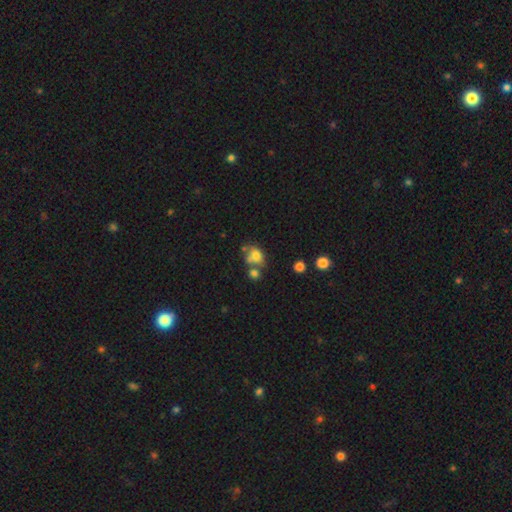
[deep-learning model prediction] The model was most divided on "merging": none: 39%, merger: 35%, minor disturbance: 17%, major disturbance: 9%. More confident: smooth or featured — smooth (69%); how rounded — in between (55%).